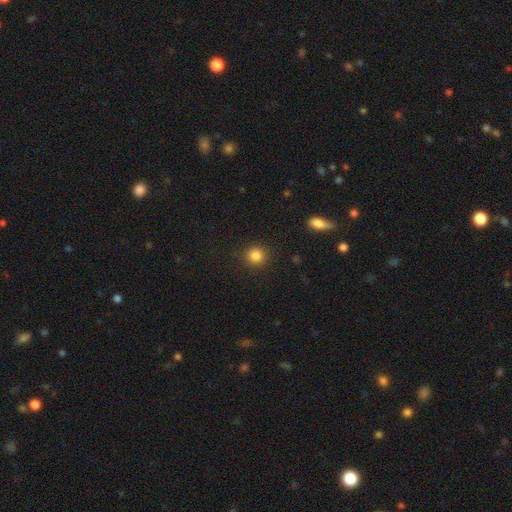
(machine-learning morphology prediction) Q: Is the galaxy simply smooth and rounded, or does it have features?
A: smooth — 85%.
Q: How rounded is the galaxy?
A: round — 92%.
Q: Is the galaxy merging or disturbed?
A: none — 91%.